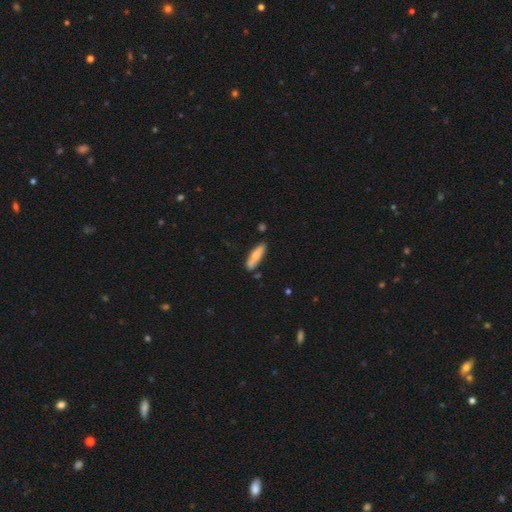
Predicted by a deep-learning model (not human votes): Smooth or featured?
  - smooth: 68% *
  - featured or disk: 26%
  - star or artifact: 6%
How rounded?
  - cigar-shaped: 64% *
  - in between: 34%
  - round: 2%
Merging?
  - none: 81% *
  - minor disturbance: 13%
  - merger: 4%
  - major disturbance: 2%